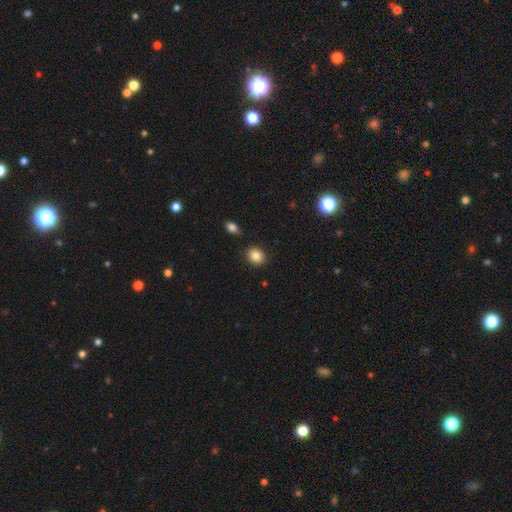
Overall: smooth (84%). How rounded: round (77%). Merging: none (89%).